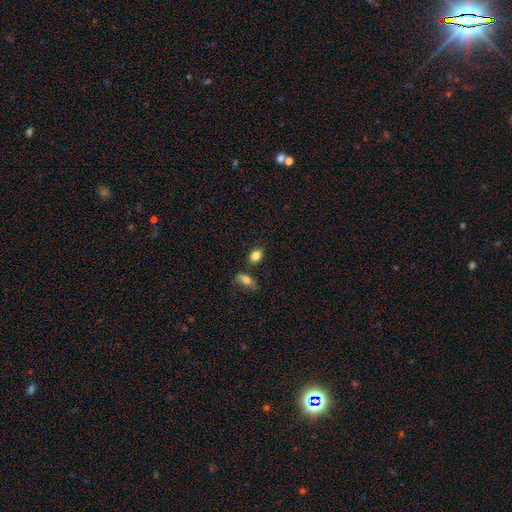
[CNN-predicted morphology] This appears to be a smooth galaxy with no disk features (84%) that is in between round and cigar-shaped (80%). Merging: none (74%).